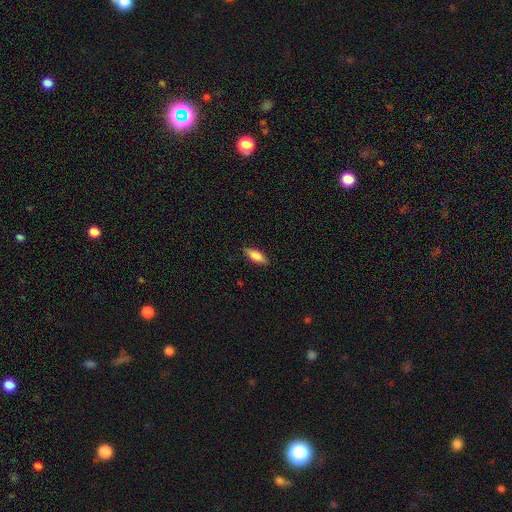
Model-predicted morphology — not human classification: A smooth galaxy with no disk features (80%) that is in between round and cigar-shaped (70%). Merging: none (85%).